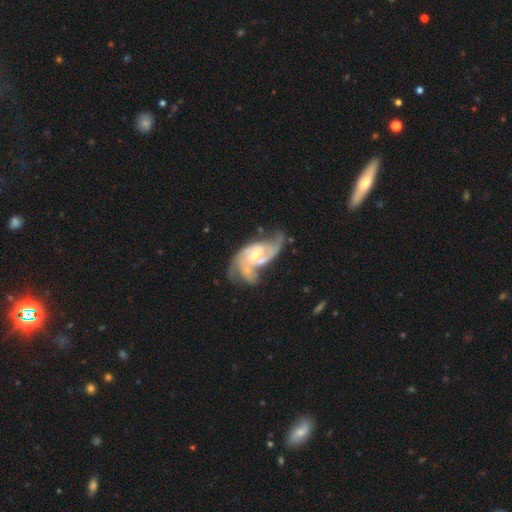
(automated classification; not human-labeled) Morphology: type=featured or disk (87%); edge-on=no (97%); bar=weak (47%); spiral arms=yes (95%); winding=medium (50%); arm count=2 (63%); bulge=small (47%); merging=none (34%).